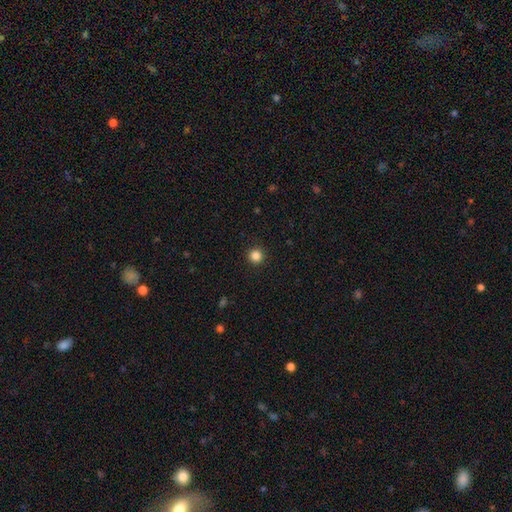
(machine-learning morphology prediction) Overall: smooth (85%). How rounded: round (94%). Merging: none (92%).